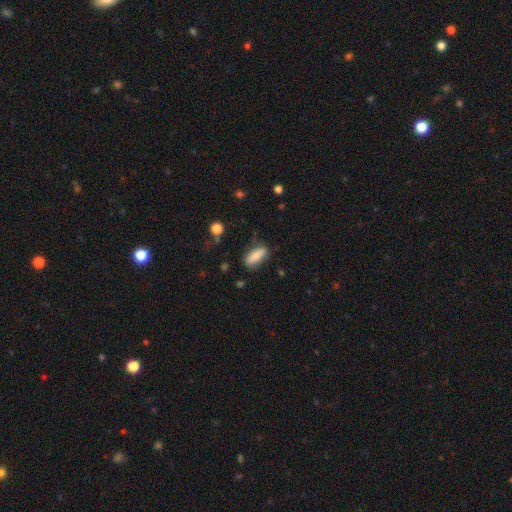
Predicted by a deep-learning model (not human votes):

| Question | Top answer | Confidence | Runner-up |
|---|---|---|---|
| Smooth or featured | smooth | 80% | featured or disk (13%) |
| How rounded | in between | 68% | cigar-shaped (29%) |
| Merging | none | 71% | minor disturbance (20%) |